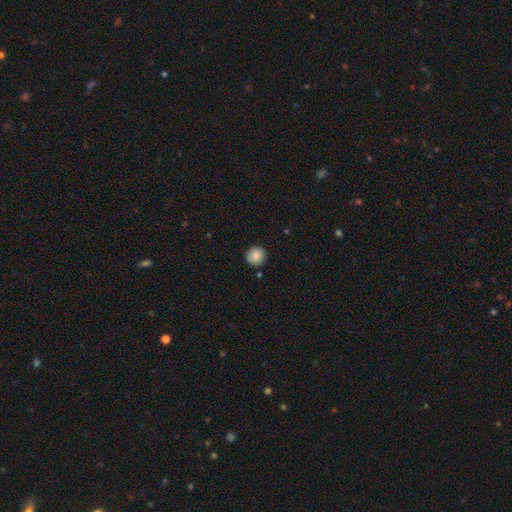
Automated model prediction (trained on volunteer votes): This appears to be a smooth galaxy with no disk features (87%) that is round (92%). Merging: none (88%).